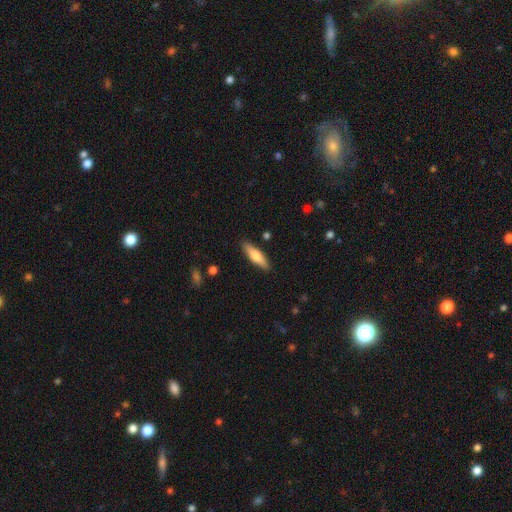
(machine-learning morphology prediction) smooth 65%, featured or disk 29%, star or artifact 6%. Down the decision tree: how rounded — cigar-shaped (66%); merging — none (88%).